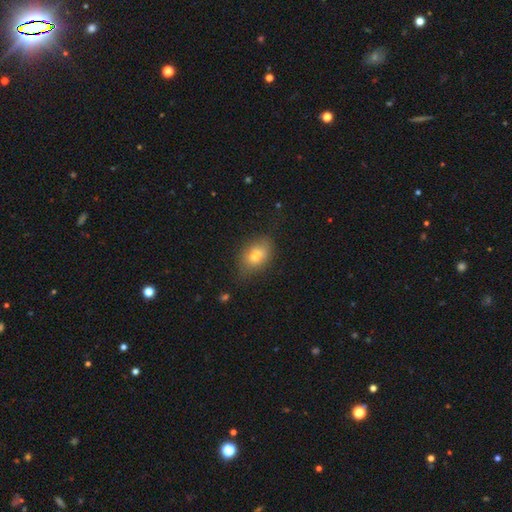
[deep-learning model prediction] This appears to be a smooth galaxy with no disk features (75%) that is in between round and cigar-shaped (76%). Merging: none (71%).